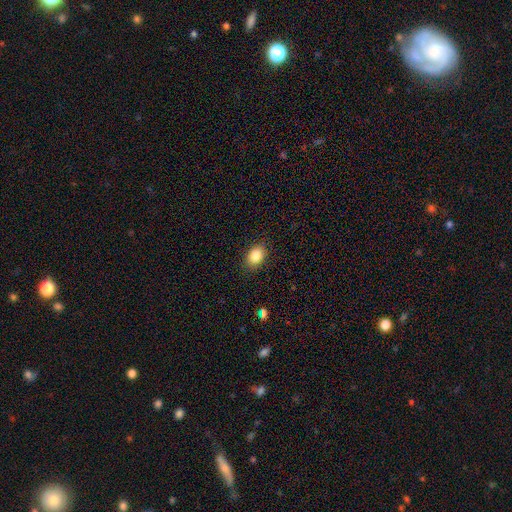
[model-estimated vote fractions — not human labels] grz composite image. It shows a smooth galaxy with no disk features (86%) that is in between round and cigar-shaped (79%). Merging: none (87%).